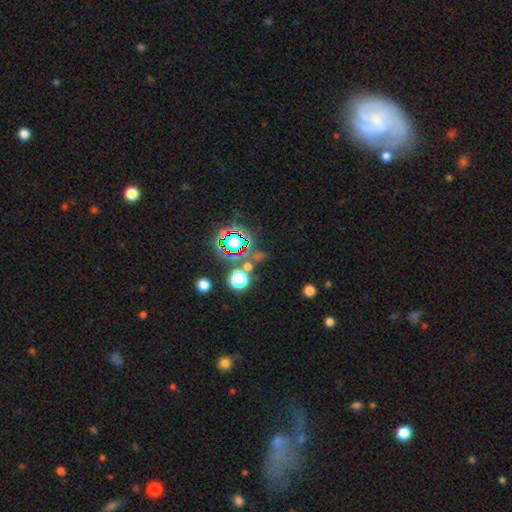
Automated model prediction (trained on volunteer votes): Smooth or featured?
  - star or artifact: 71% *
  - smooth: 20%
  - featured or disk: 9%